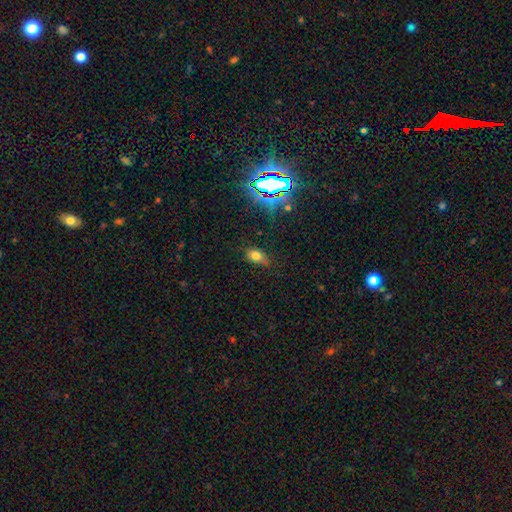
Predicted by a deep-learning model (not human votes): Smooth or featured? smooth (68%)
How rounded? in between (78%)
Merging? none (68%)